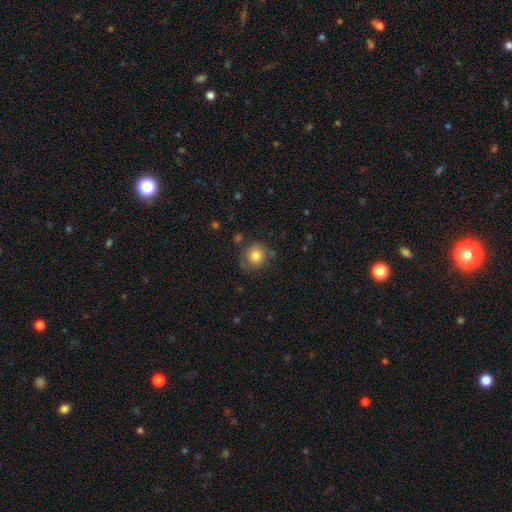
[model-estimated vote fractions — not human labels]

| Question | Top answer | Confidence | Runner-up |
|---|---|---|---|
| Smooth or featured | smooth | 79% | featured or disk (11%) |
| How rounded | round | 85% | in between (14%) |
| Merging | none | 73% | minor disturbance (18%) |